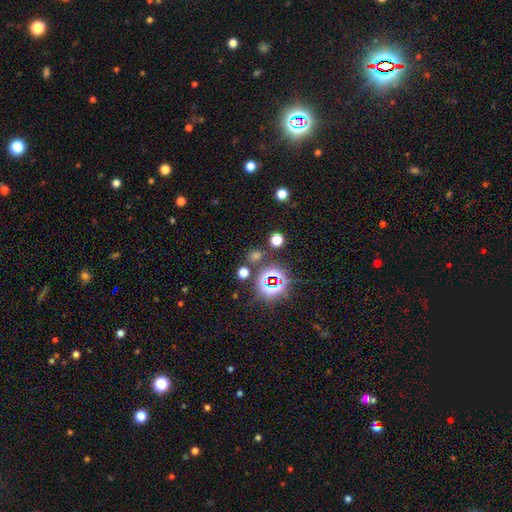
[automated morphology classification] This is possibly a star or artifact rather than a galaxy (59%).